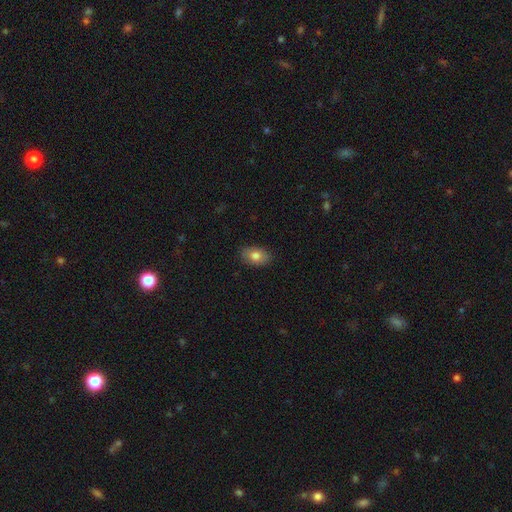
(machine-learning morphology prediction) Smooth or featured? smooth (80%)
How rounded? in between (87%)
Merging? none (87%)